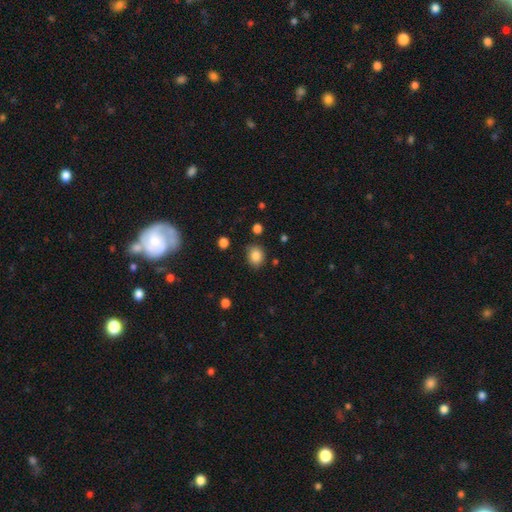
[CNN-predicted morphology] Smooth or featured?
  - smooth: 85% *
  - star or artifact: 10%
  - featured or disk: 5%
How rounded?
  - round: 66% *
  - in between: 33%
  - cigar-shaped: 1%
Merging?
  - none: 83% *
  - minor disturbance: 12%
  - major disturbance: 3%
  - merger: 2%